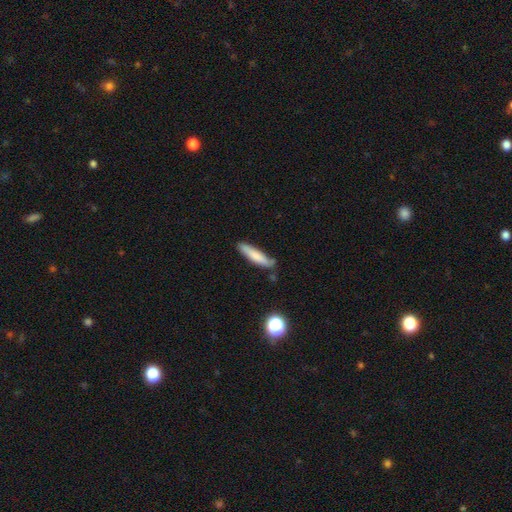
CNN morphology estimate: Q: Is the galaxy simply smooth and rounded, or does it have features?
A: smooth — 75%.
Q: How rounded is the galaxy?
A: cigar-shaped — 83%.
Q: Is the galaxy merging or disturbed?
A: none — 73%.